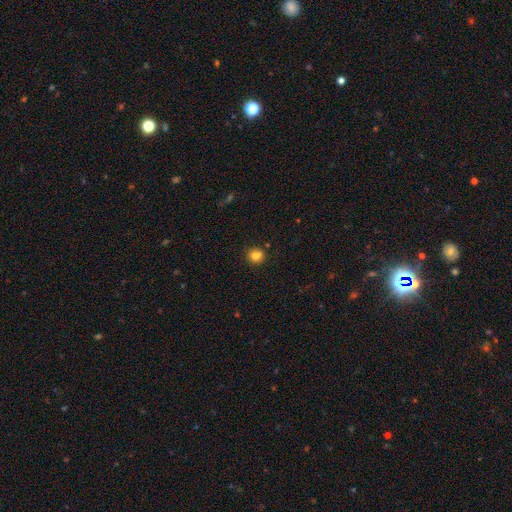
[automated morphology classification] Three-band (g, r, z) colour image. It shows a smooth galaxy with no disk features (81%) that is round (86%). Merging: none (80%).